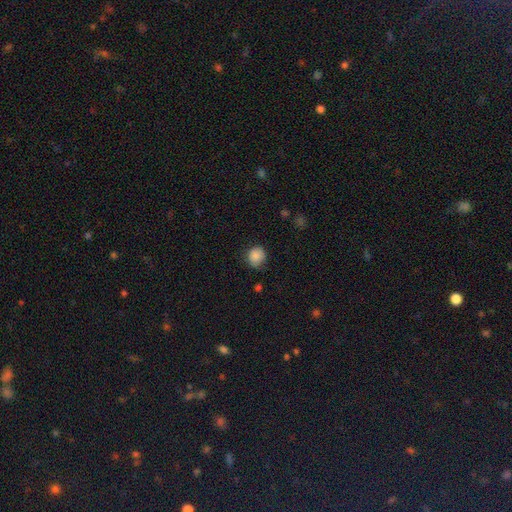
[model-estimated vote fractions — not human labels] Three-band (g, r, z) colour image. It shows a smooth galaxy with no disk features (86%) that is round (86%). Merging: none (77%).